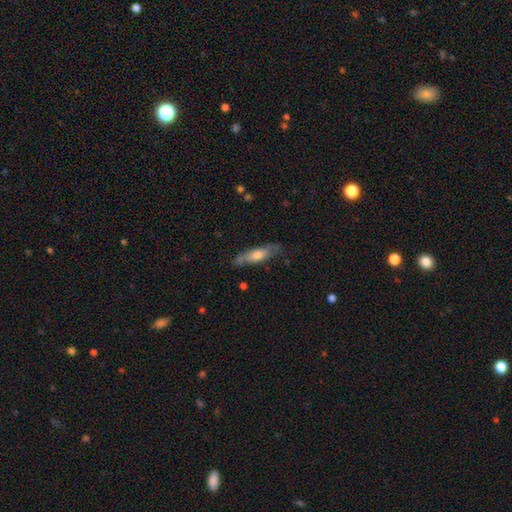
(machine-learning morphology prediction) smooth-or-featured: smooth: 48% | featured or disk: 45% | star or artifact: 6%
  merging: none: 75% | minor disturbance: 18% | major disturbance: 5% | merger: 2%